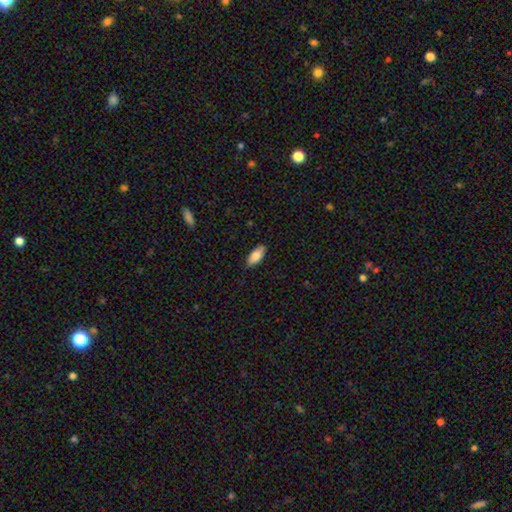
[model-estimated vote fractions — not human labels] The model was most divided on "smooth or featured": smooth: 82%, featured or disk: 11%, star or artifact: 6%. More confident: how rounded — in between (86%); merging — none (85%).